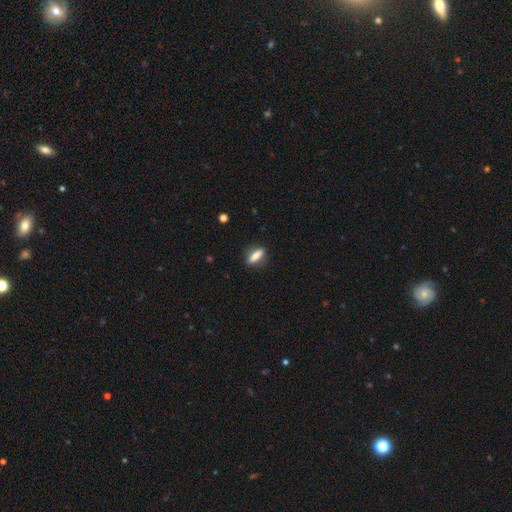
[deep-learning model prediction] Morphology: type=smooth (73%); roundness=cigar-shaped (53%); merging=none (85%).